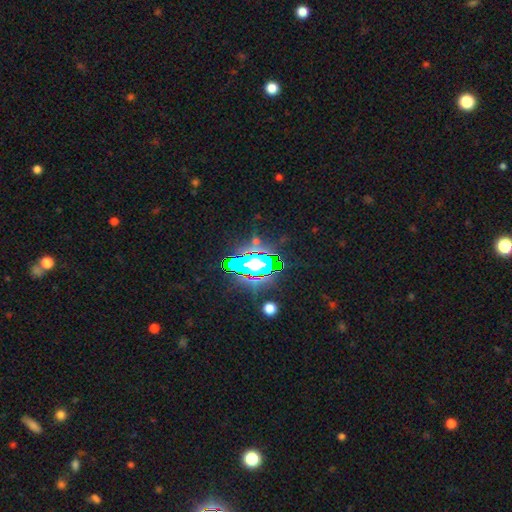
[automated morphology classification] A star or artifact, not a galaxy (75%).